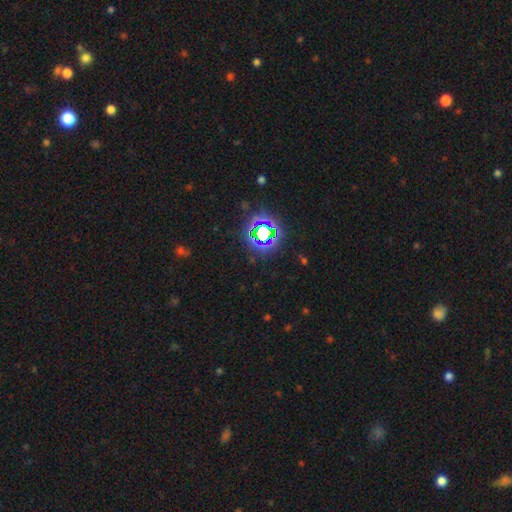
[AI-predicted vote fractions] Morphology: type=star or artifact (76%).